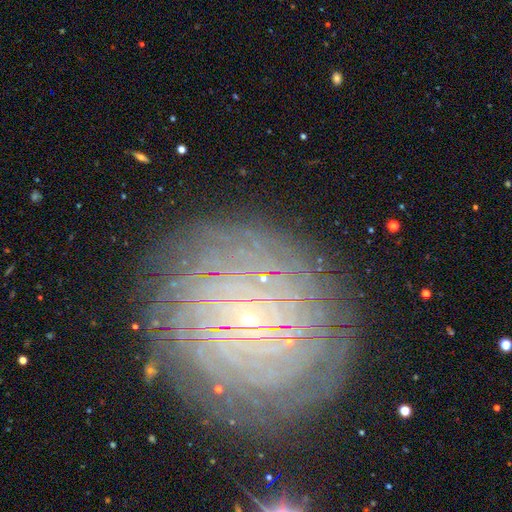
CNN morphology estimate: Q: Smooth or featured?
A: featured or disk (76%); runner-up: smooth (12%)
Q: Edge-on disk?
A: no (96%); runner-up: yes (4%)
Q: Bar?
A: no (71%); runner-up: weak (20%)
Q: Spiral arms?
A: yes (96%); runner-up: no (4%)
Q: Spiral winding?
A: tight (89%); runner-up: medium (9%)
Q: Spiral arm count?
A: more than 4 (34%); runner-up: can't tell (27%)
Q: Bulge size?
A: small (89%); runner-up: moderate (7%)
Q: Merging?
A: none (85%); runner-up: minor disturbance (10%)